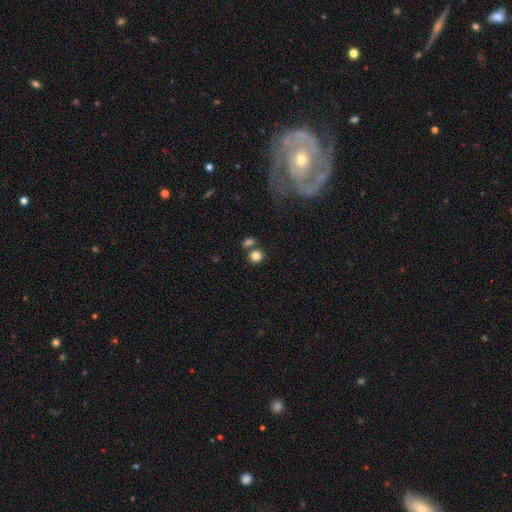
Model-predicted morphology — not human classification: The model was most divided on "merging": none: 64%, merger: 23%, minor disturbance: 9%, major disturbance: 4%. More confident: smooth or featured — smooth (82%); how rounded — round (81%).